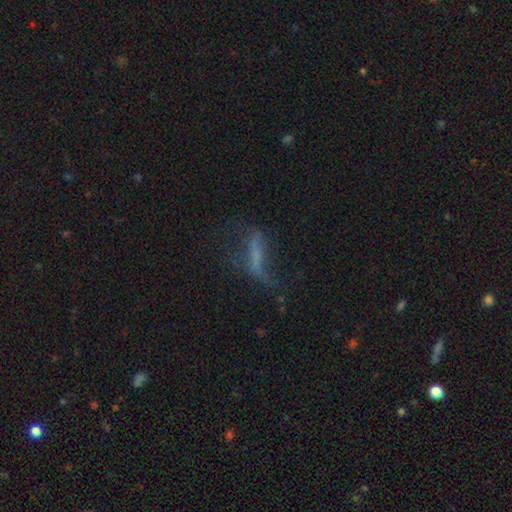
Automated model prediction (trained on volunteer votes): This is possibly a featured or disk galaxy (47%). Merging: marginally none (42%).